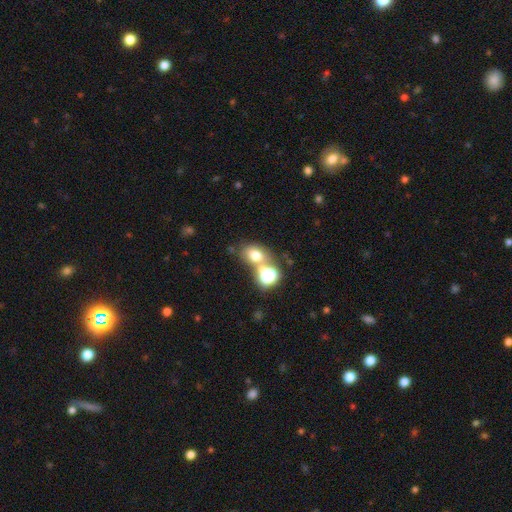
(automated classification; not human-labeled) Smooth or featured? smooth (68%)
How rounded? in between (55%)
Merging? none (48%)